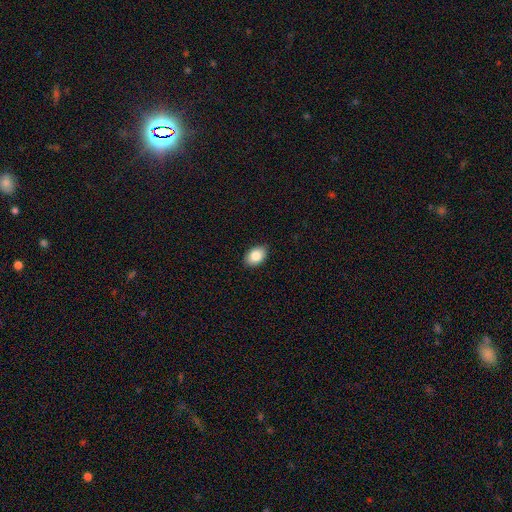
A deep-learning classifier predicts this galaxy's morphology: The model was most divided on "how rounded": in between: 85%, round: 13%, cigar-shaped: 1%. More confident: merging — none (89%); smooth or featured — smooth (85%).